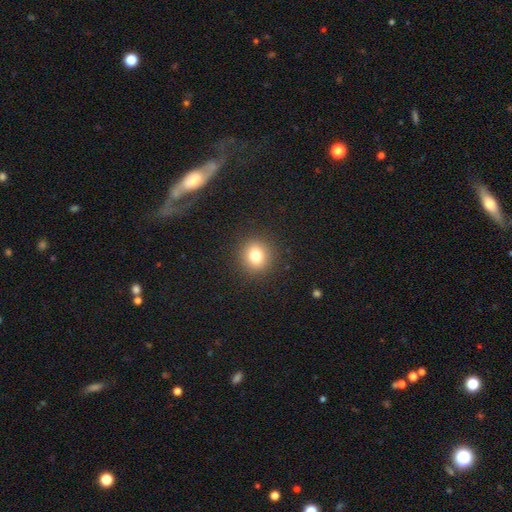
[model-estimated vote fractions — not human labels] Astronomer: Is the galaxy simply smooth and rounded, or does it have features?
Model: smooth — 79%.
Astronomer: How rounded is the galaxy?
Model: round — 86%.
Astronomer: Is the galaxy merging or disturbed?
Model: none — 91%.